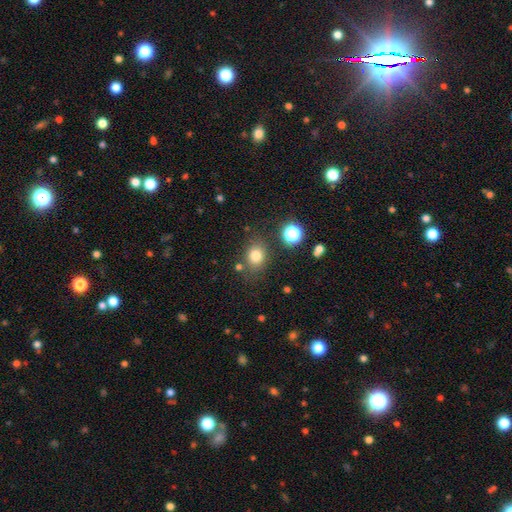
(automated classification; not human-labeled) This is likely a smooth galaxy (79%). How rounded: possibly round (52%). Merging: likely none (76%).